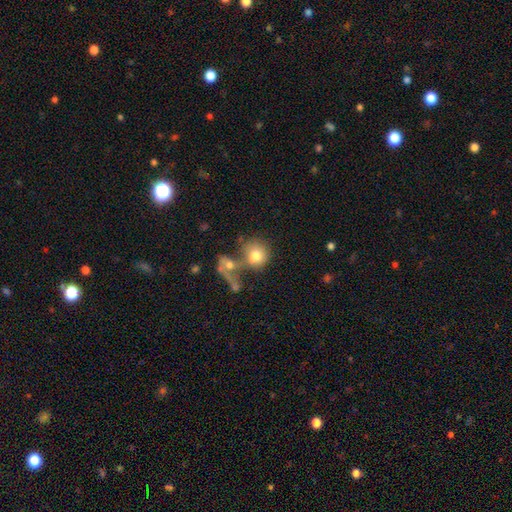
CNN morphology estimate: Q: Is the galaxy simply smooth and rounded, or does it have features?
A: smooth — 75%.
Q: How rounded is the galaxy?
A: round — 80%.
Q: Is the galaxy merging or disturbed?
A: merger — 47%.